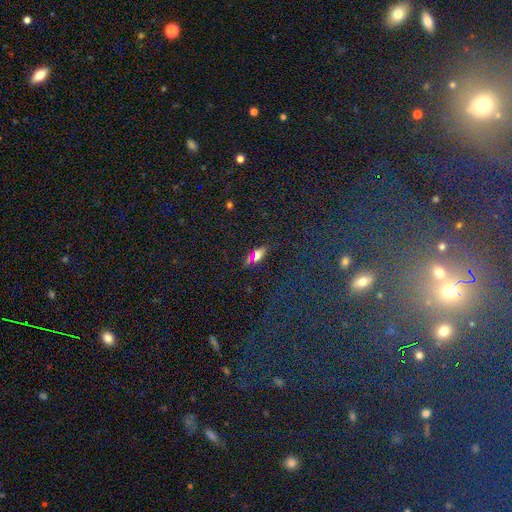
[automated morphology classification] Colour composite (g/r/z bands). It shows a smooth galaxy with no disk features (53%) that is in between round and cigar-shaped (61%). Merging: none (74%).